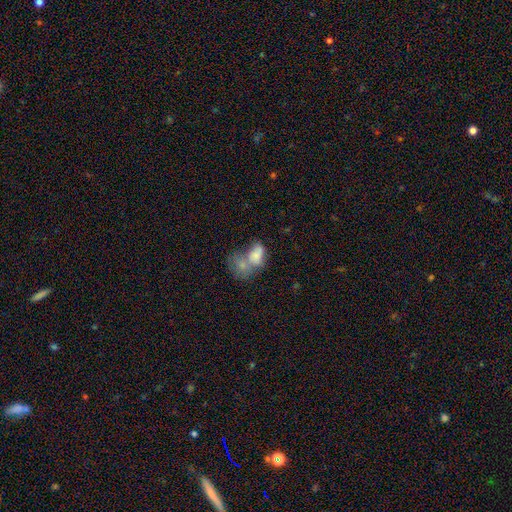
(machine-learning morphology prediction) smooth_or_featured: smooth (p=0.71) [alt: featured or disk p=0.20]
how_rounded: in between (p=0.82) [alt: round p=0.16]
merging: merger (p=0.69) [alt: none p=0.12]